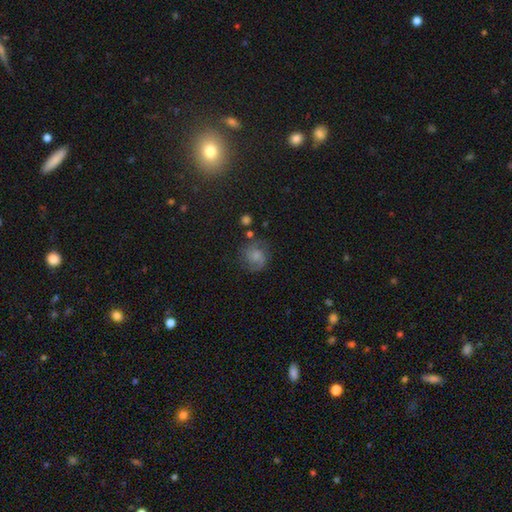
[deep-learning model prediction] Q: Smooth or featured?
A: smooth (50%); runner-up: featured or disk (39%)
Q: How rounded?
A: round (79%); runner-up: in between (20%)
Q: Merging?
A: none (65%); runner-up: minor disturbance (21%)